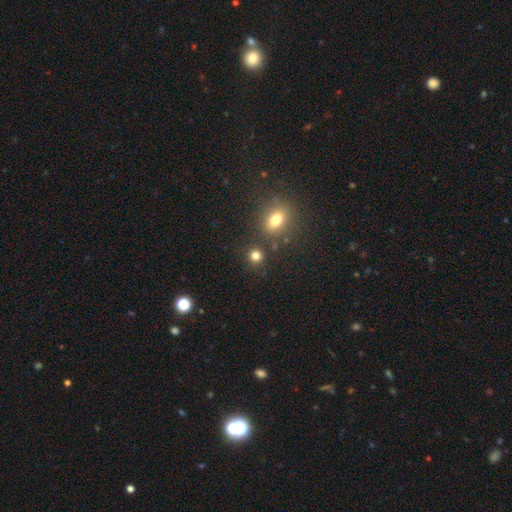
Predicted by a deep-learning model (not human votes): Smooth or featured? Predicted: smooth (p=0.80). How rounded? Predicted: round (p=0.88). Merging? Predicted: none (p=0.81).